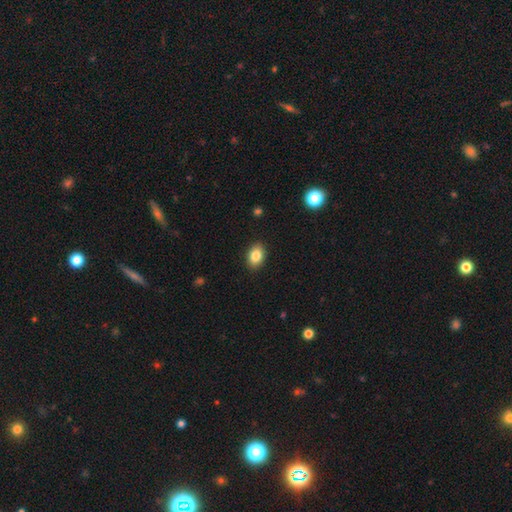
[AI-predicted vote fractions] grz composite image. It shows a smooth galaxy with no disk features (85%) that is in between round and cigar-shaped (82%). Merging: none (89%).